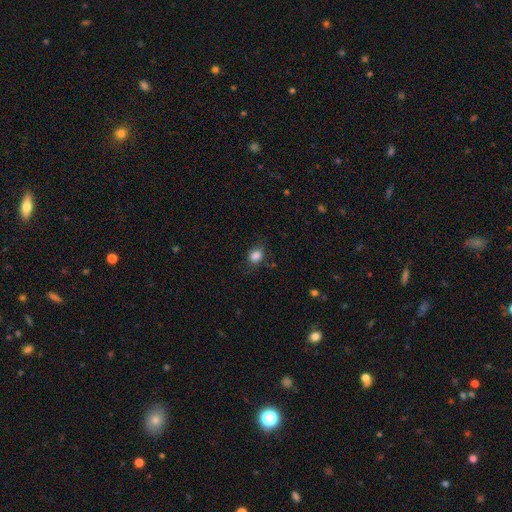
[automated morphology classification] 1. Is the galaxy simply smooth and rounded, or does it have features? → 84% smooth, 10% star or artifact, 6% featured or disk.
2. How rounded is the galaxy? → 50% in between, 49% round, 1% cigar-shaped.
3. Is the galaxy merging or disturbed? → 76% none, 18% minor disturbance, 5% major disturbance, 1% merger.